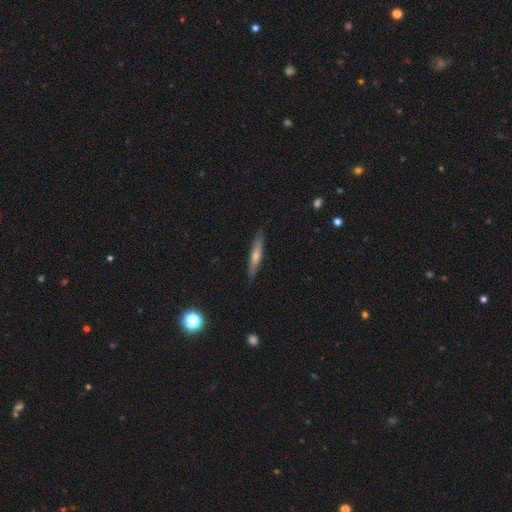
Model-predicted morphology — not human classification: The model was most divided on "smooth or featured": smooth: 56%, featured or disk: 38%, star or artifact: 6%. More confident: how rounded — cigar-shaped (91%); merging — none (87%).